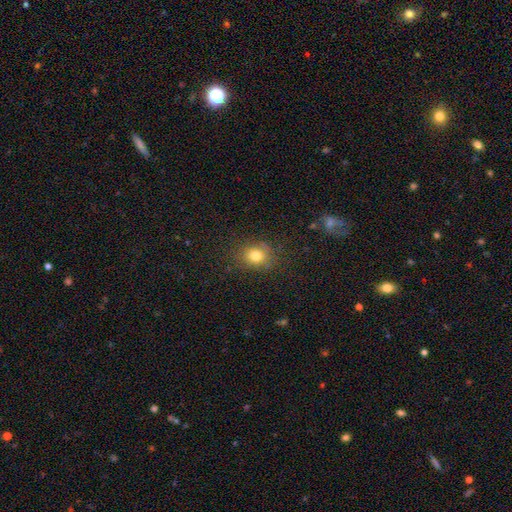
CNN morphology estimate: Smooth or featured? Predicted: smooth (p=0.78). How rounded? Predicted: round (p=0.65). Merging? Predicted: none (p=0.79).